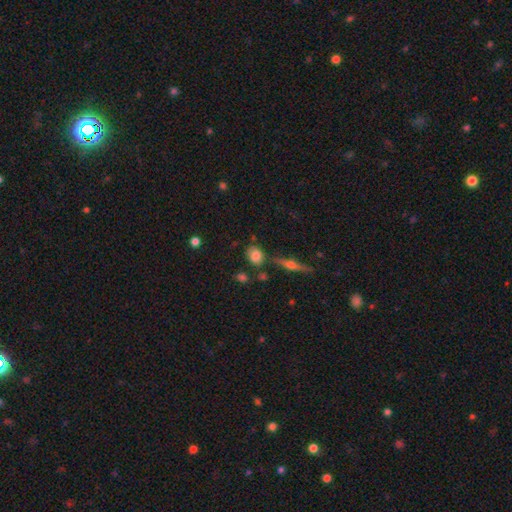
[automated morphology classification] A smooth galaxy with no disk features (77%) that is in between round and cigar-shaped (50%). Merging: none (72%).